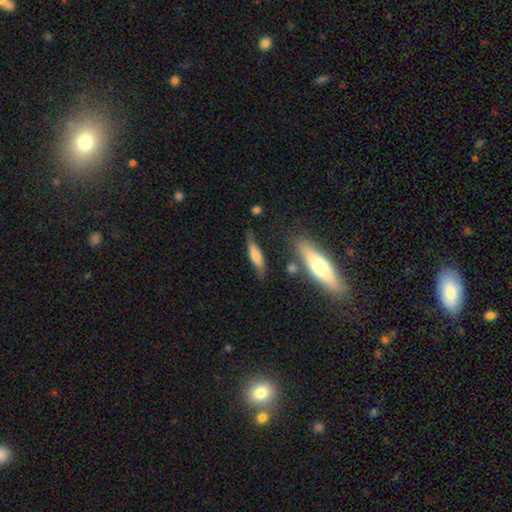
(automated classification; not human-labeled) smooth_or_featured: smooth (p=0.64) [alt: featured or disk p=0.29]
how_rounded: cigar-shaped (p=0.66) [alt: in between p=0.32]
merging: none (p=0.68) [alt: minor disturbance p=0.20]